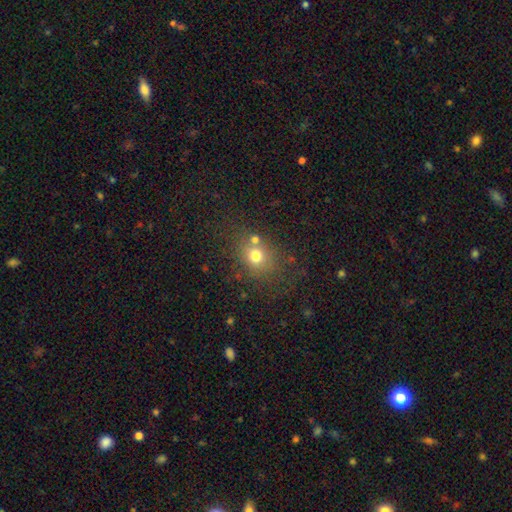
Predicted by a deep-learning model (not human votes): smooth 71%, star or artifact 17%, featured or disk 12%. Down the decision tree: how rounded — round (66%); merging — none (66%).